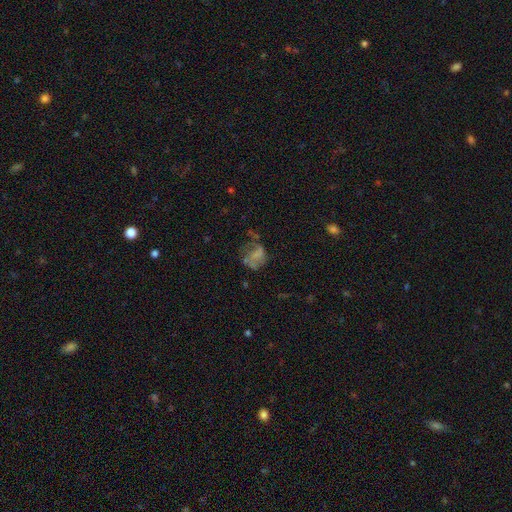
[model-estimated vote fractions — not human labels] This is marginally a featured or disk galaxy (45%). Merging: marginally major disturbance (36%).